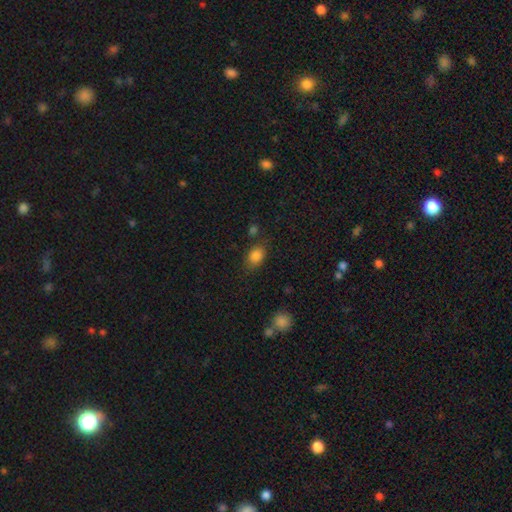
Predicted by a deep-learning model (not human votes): Morphology: type=smooth (83%); roundness=in between (73%); merging=none (73%).